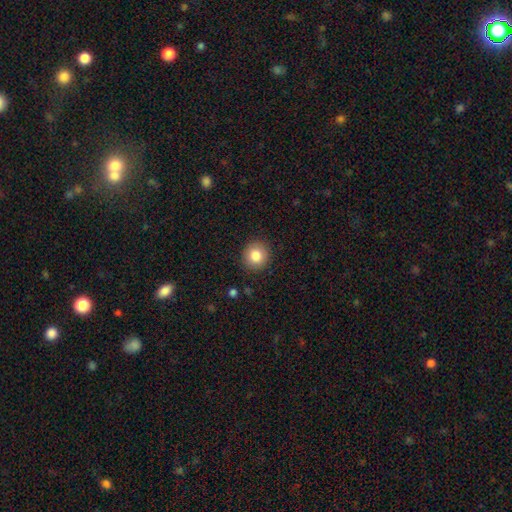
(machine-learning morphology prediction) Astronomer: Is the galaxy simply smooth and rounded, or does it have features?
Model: smooth — 83%.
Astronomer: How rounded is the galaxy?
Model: round — 90%.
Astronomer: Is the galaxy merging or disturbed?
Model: none — 90%.